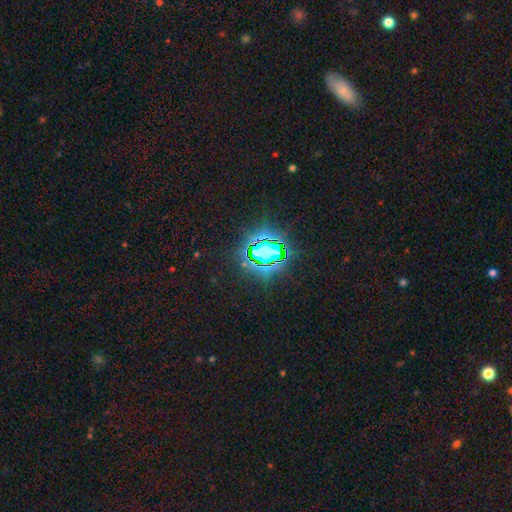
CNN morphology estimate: Smooth or featured? star or artifact (81%)